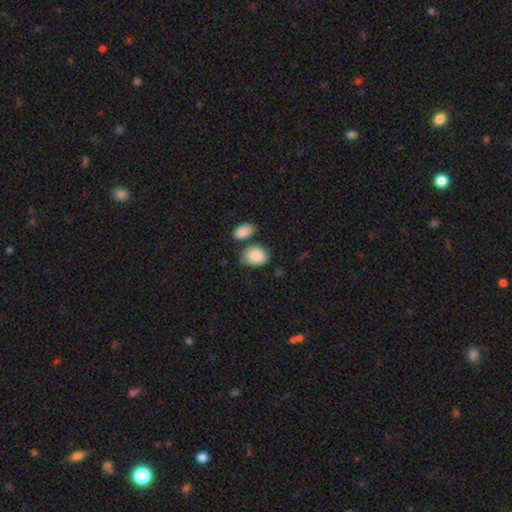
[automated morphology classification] The model was most divided on "merging": none: 56%, minor disturbance: 22%, merger: 16%, major disturbance: 6%. More confident: smooth or featured — smooth (87%); how rounded — in between (71%).